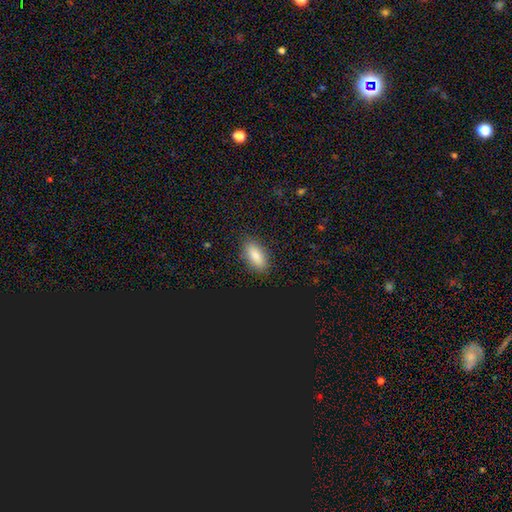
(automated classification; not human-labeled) Smooth or featured? Predicted: smooth (p=0.83). How rounded? Predicted: in between (p=0.83). Merging? Predicted: none (p=0.87).